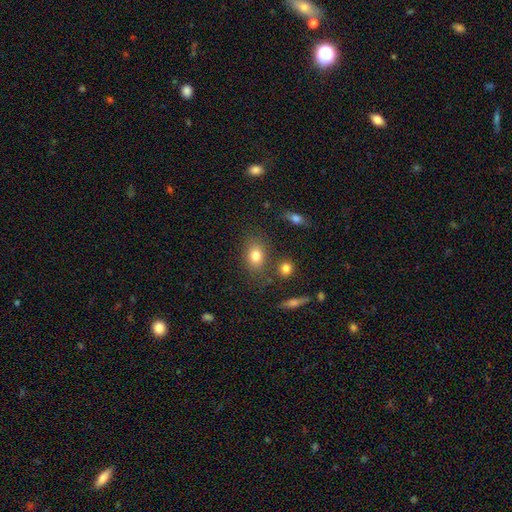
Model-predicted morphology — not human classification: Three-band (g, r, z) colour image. It shows a smooth galaxy with no disk features (79%) that is in between round and cigar-shaped (70%). Merging: none (74%).